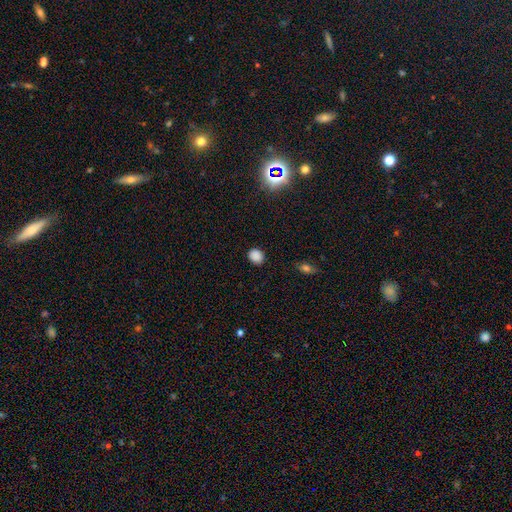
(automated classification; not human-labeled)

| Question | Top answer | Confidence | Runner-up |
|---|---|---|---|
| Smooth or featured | smooth | 85% | star or artifact (12%) |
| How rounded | round | 61% | in between (37%) |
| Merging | none | 87% | minor disturbance (9%) |